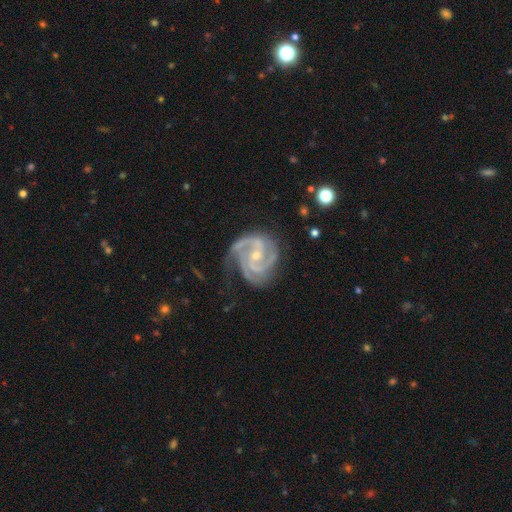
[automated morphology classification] Smooth or featured?
  - featured or disk: 94% *
  - star or artifact: 4%
  - smooth: 3%
Edge-on disk?
  - no: 98% *
  - yes: 2%
Bar?
  - no: 51% *
  - weak: 34%
  - strong: 14%
Spiral arms?
  - yes: 99% *
  - no: 1%
Spiral winding?
  - tight: 55% *
  - medium: 41%
  - loose: 5%
Spiral arm count?
  - 3: 54% *
  - 2: 25%
  - 4: 8%
  - can't tell: 5%
  - 1: 4%
  - more than 4: 4%
Bulge size?
  - small: 65% *
  - moderate: 32%
  - none: 1%
  - large: 1%
  - dominant: 1%
Merging?
  - none: 66% *
  - minor disturbance: 23%
  - major disturbance: 9%
  - merger: 2%